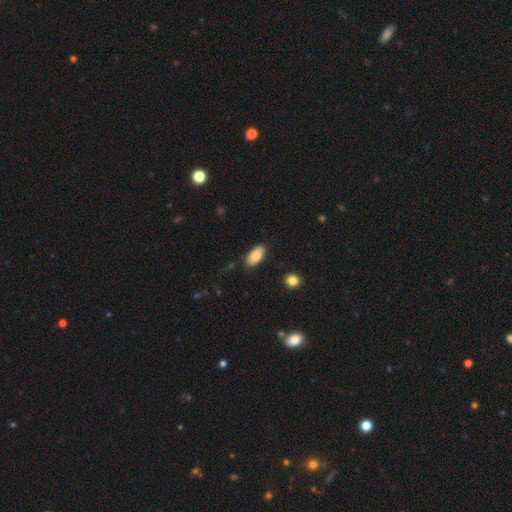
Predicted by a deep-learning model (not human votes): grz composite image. It shows a smooth galaxy with no disk features (84%) that is in between round and cigar-shaped (93%). Merging: none (82%).